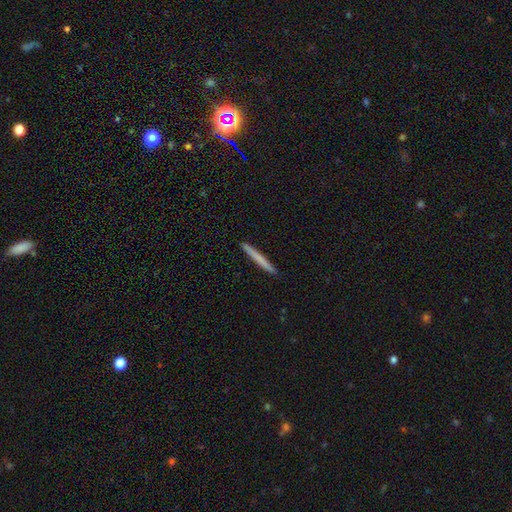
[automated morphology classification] Q: Smooth or featured?
A: smooth (66%); runner-up: featured or disk (28%)
Q: How rounded?
A: cigar-shaped (97%); runner-up: in between (2%)
Q: Merging?
A: none (93%); runner-up: minor disturbance (5%)